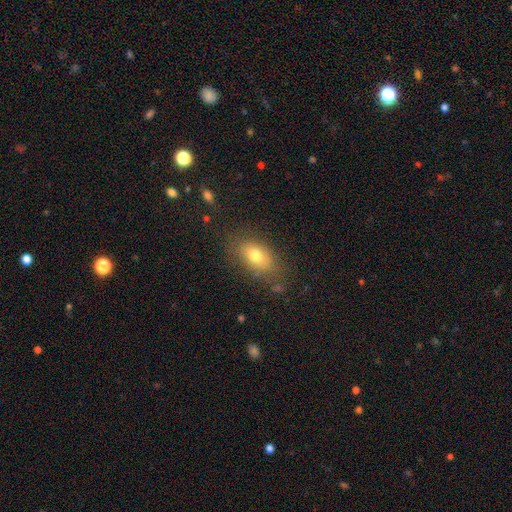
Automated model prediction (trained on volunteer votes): Morphology: type=smooth (75%); roundness=in between (85%); merging=none (76%).